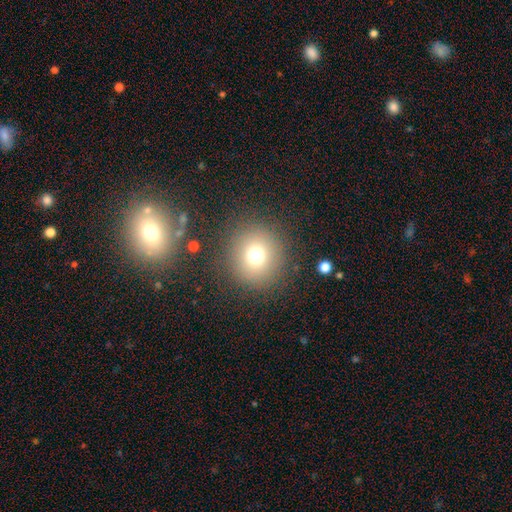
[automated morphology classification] smooth 73%, star or artifact 17%, featured or disk 10%. Down the decision tree: how rounded — round (93%); merging — none (88%).